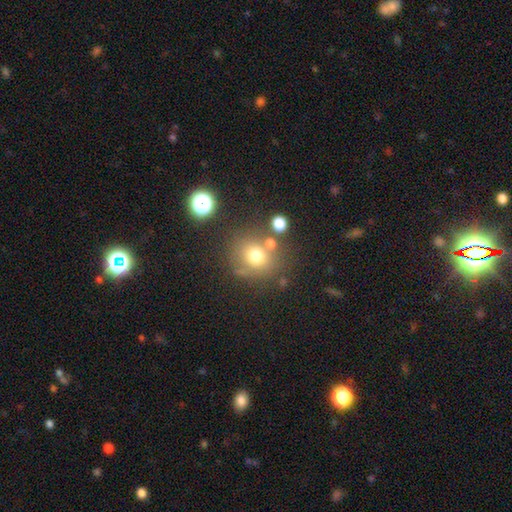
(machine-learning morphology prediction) smooth_or_featured: smooth (p=0.70) [alt: star or artifact p=0.17]
how_rounded: round (p=0.82) [alt: in between p=0.17]
merging: none (p=0.66) [alt: merger p=0.15]